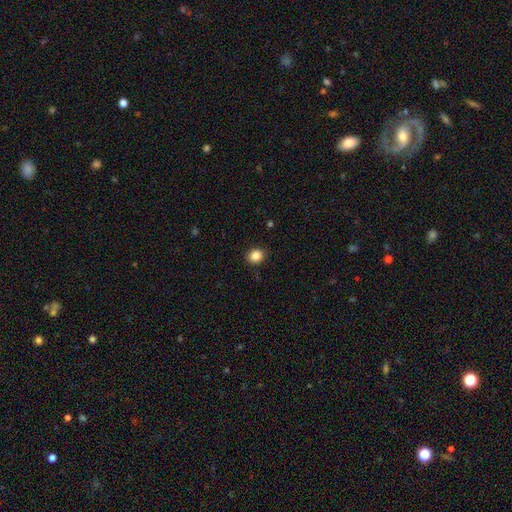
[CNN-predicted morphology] type=smooth (86%); roundness=round (73%); merging=none (90%).